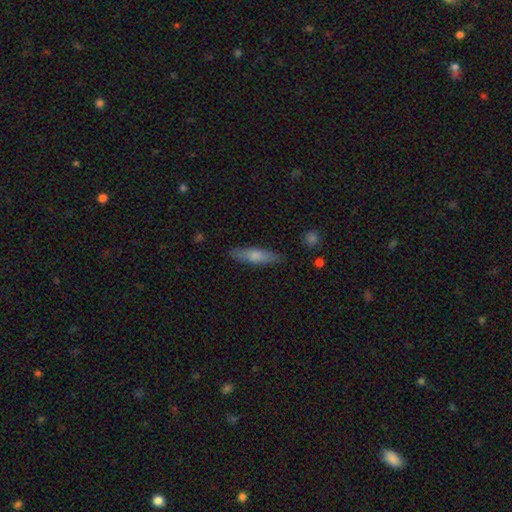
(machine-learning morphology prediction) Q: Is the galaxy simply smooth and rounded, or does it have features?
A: smooth — 65%.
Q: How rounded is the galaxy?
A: cigar-shaped — 70%.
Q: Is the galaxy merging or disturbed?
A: none — 86%.